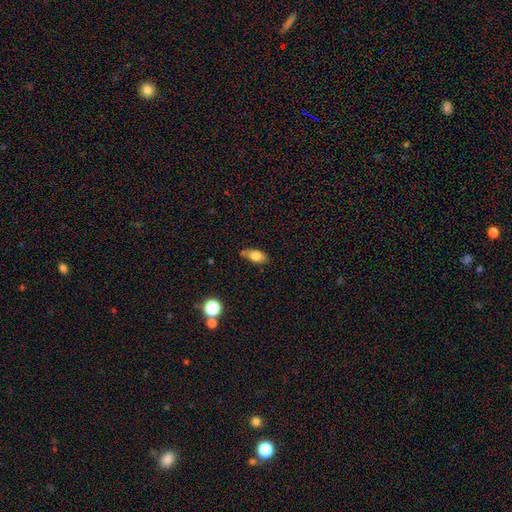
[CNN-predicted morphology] The model was most divided on "merging": none: 67%, minor disturbance: 25%, major disturbance: 5%, merger: 3%. More confident: how rounded — in between (83%); smooth or featured — smooth (76%).